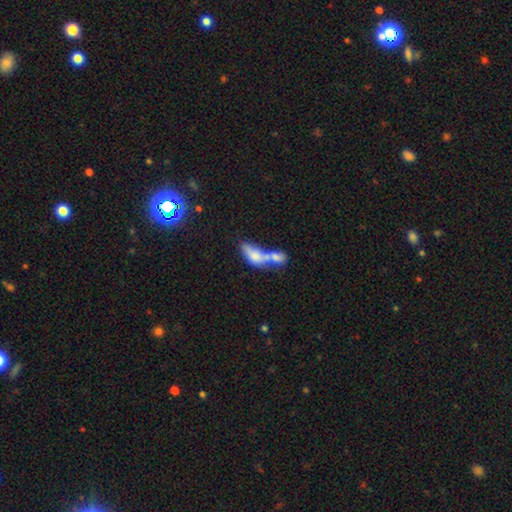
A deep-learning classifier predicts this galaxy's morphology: Overall: smooth (63%; featured or disk 28%). How rounded: in between (74%). Merging: merger (69%).